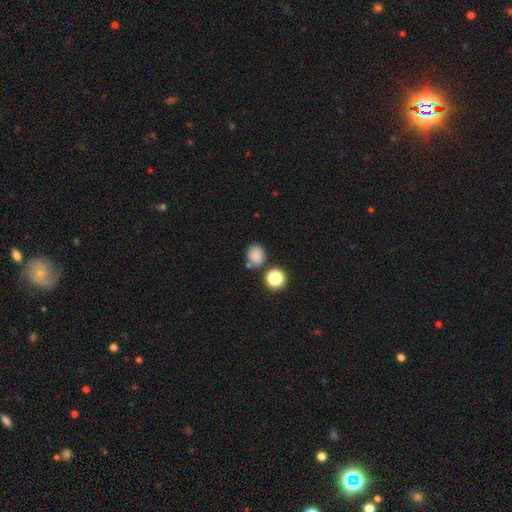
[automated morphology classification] smooth 82%, star or artifact 13%, featured or disk 5%. Down the decision tree: how rounded — round (73%); merging — none (71%).